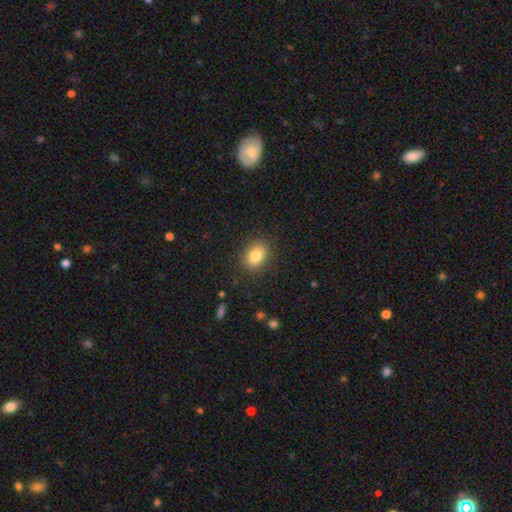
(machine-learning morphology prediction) Smooth or featured?
  - smooth: 83% *
  - star or artifact: 9%
  - featured or disk: 8%
How rounded?
  - in between: 64% *
  - round: 35%
  - cigar-shaped: 1%
Merging?
  - none: 86% *
  - minor disturbance: 10%
  - major disturbance: 3%
  - merger: 1%